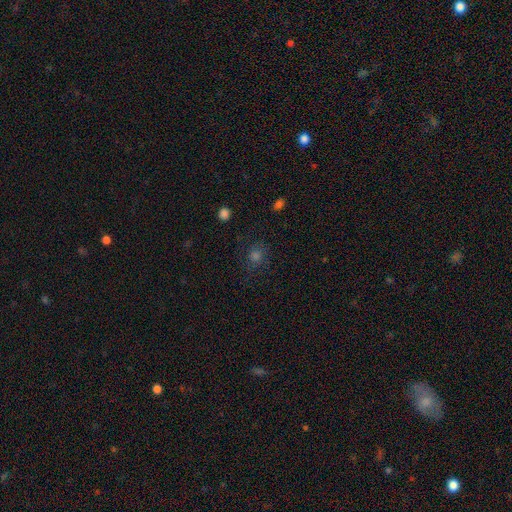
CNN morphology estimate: Smooth or featured? smooth (57%)
How rounded? round (80%)
Merging? none (79%)